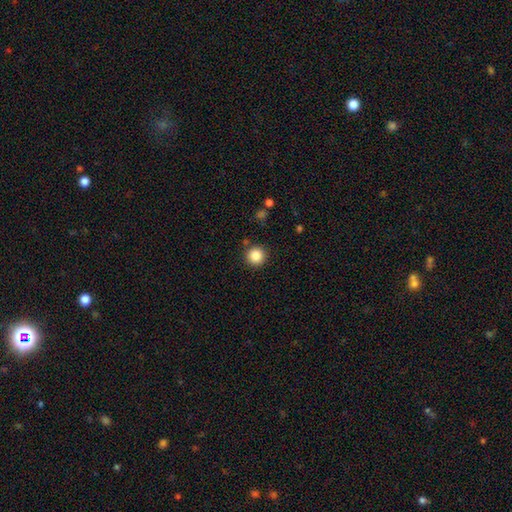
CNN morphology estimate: Smooth or featured? Predicted: smooth (p=0.86). How rounded? Predicted: round (p=0.95). Merging? Predicted: none (p=0.89).